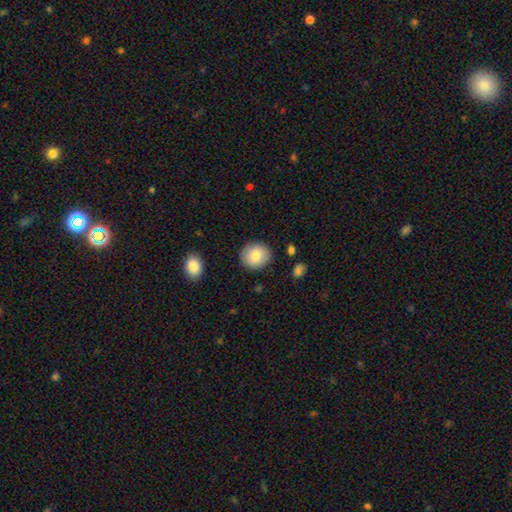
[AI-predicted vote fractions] Smooth or featured? Predicted: smooth (p=0.85). How rounded? Predicted: round (p=0.81). Merging? Predicted: none (p=0.88).